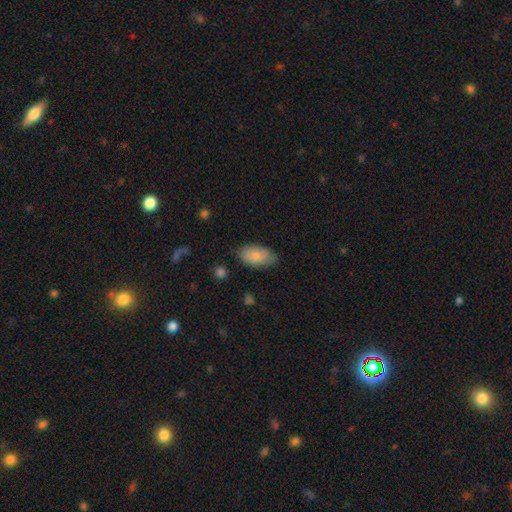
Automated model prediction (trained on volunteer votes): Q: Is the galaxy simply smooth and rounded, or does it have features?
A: smooth — 81%.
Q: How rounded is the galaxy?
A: in between — 94%.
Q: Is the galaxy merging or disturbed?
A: none — 78%.